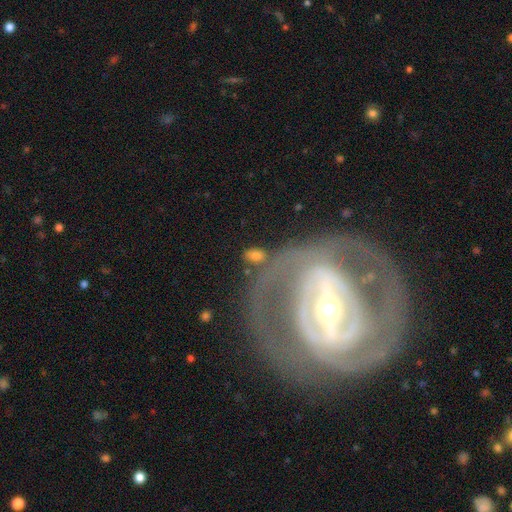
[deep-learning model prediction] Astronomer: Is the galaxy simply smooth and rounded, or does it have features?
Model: smooth — 65%.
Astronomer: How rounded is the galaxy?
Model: in between — 83%.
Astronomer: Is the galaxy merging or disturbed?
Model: none — 70%.